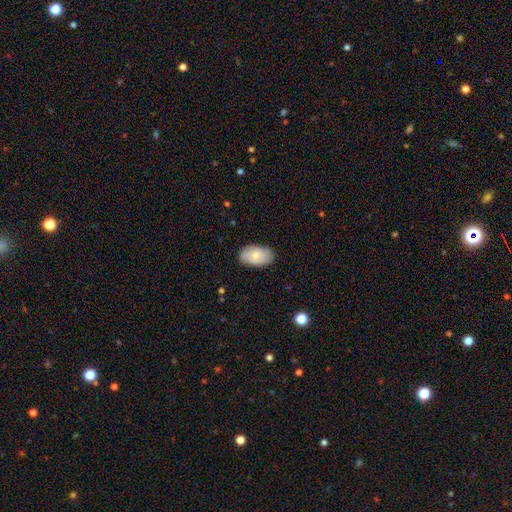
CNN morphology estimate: Smooth or featured?
  - smooth: 74% *
  - featured or disk: 20%
  - star or artifact: 6%
How rounded?
  - in between: 93% *
  - round: 6%
  - cigar-shaped: 1%
Merging?
  - none: 80% *
  - minor disturbance: 16%
  - major disturbance: 3%
  - merger: 1%